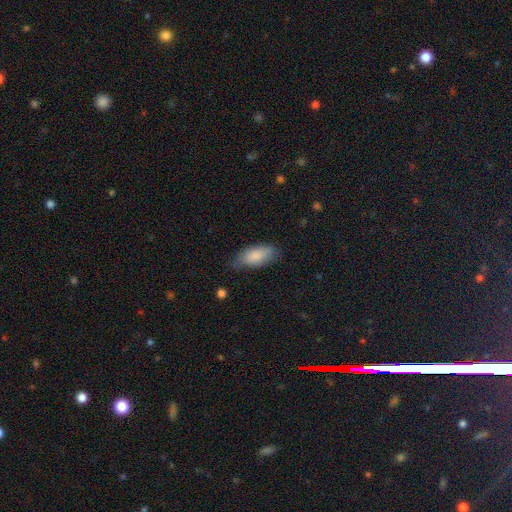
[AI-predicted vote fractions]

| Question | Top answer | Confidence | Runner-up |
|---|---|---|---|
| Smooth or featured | smooth | 85% | featured or disk (9%) |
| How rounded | in between | 87% | cigar-shaped (10%) |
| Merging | none | 64% | minor disturbance (29%) |